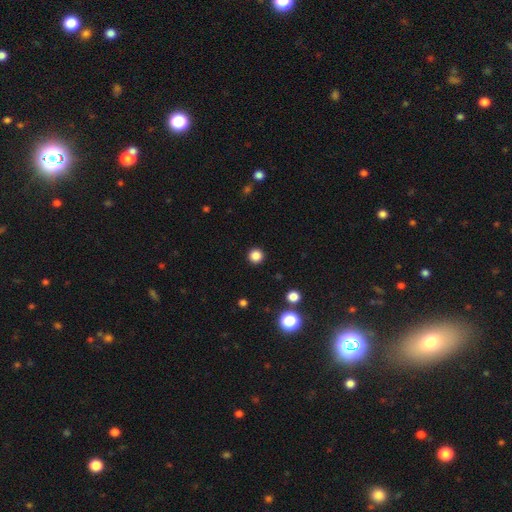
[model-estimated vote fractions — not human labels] Smooth or featured? Predicted: smooth (p=0.84). How rounded? Predicted: round (p=0.96). Merging? Predicted: none (p=0.93).